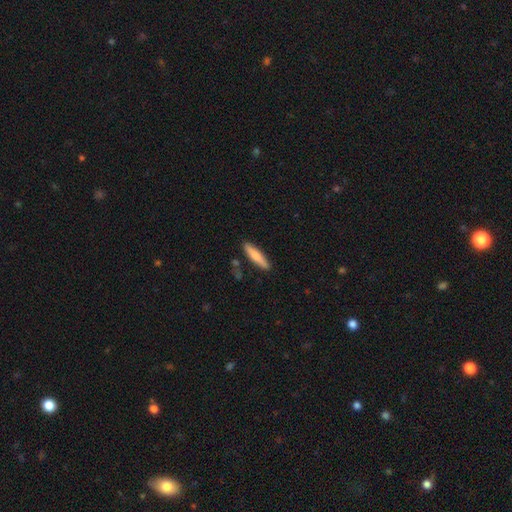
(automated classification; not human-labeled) A smooth galaxy with no disk features (71%) that is cigar-shaped (84%). Merging: none (86%).